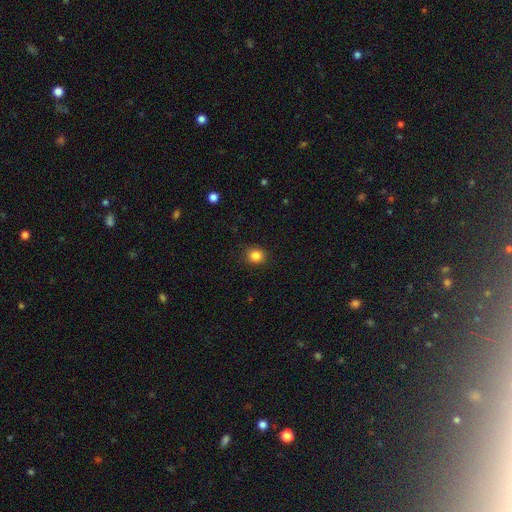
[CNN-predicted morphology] smooth-or-featured: smooth: 85% | star or artifact: 11% | featured or disk: 4%
  how-rounded: round: 83% | in between: 16% | cigar-shaped: 1%
  merging: none: 90% | minor disturbance: 7% | major disturbance: 2% | merger: 1%